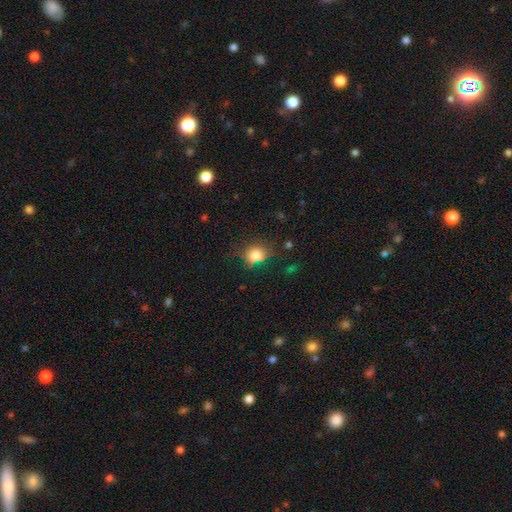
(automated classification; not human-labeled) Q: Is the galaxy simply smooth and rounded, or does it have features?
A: smooth — 80%.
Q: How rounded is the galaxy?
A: round — 71%.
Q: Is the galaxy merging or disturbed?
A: none — 68%.